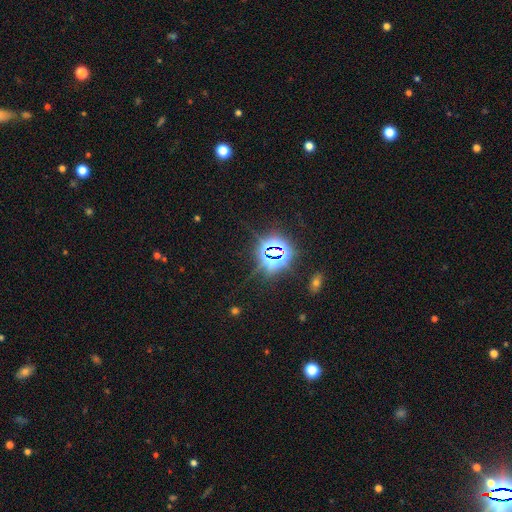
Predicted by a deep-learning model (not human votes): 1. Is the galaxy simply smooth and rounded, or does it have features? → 83% star or artifact, 10% smooth, 7% featured or disk.